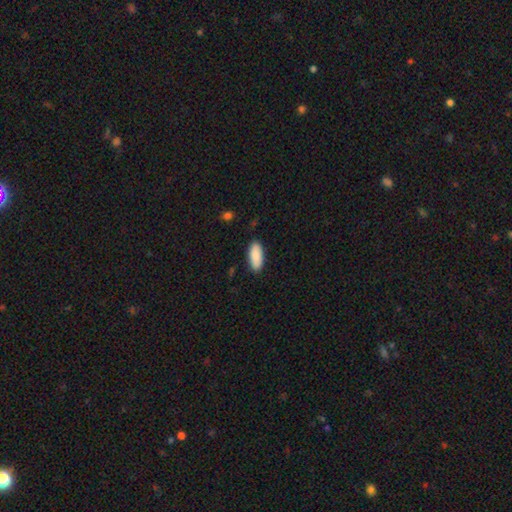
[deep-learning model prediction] smooth_or_featured: smooth (p=0.89) [alt: star or artifact p=0.06]
how_rounded: in between (p=0.84) [alt: cigar-shaped p=0.14]
merging: none (p=0.86) [alt: minor disturbance p=0.11]